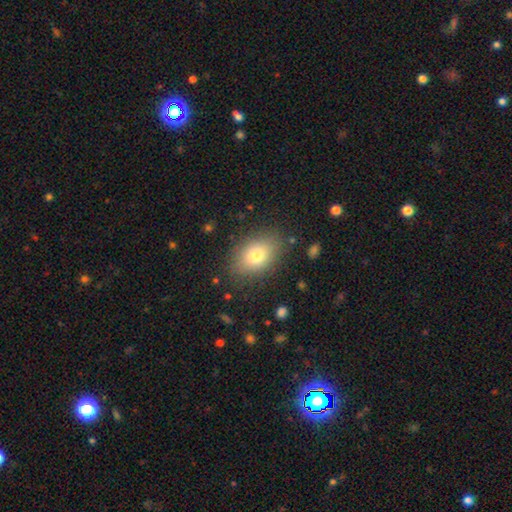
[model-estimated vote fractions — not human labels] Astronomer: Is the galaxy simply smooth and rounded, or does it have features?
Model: smooth — 75%.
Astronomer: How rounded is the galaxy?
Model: in between — 78%.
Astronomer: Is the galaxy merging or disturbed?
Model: none — 82%.